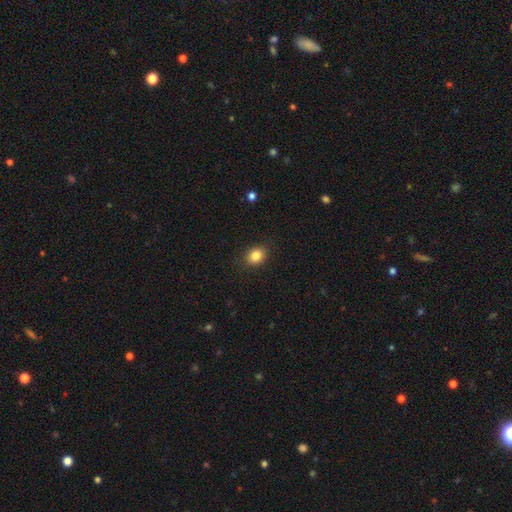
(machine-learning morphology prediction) A smooth galaxy with no disk features (84%) that is round (54%). Merging: none (86%).